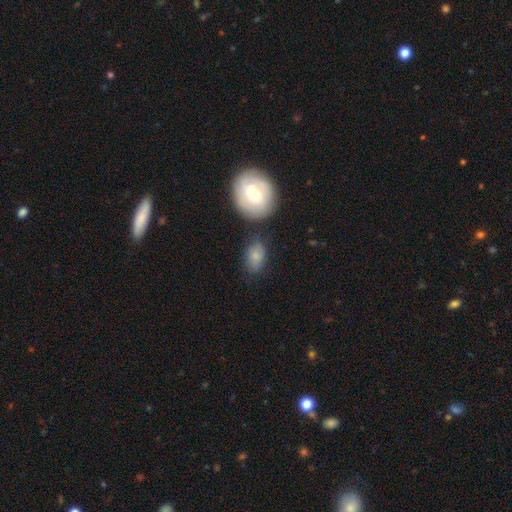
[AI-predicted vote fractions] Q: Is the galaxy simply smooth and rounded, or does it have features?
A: smooth — 78%.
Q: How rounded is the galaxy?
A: in between — 82%.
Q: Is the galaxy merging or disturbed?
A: none — 67%.